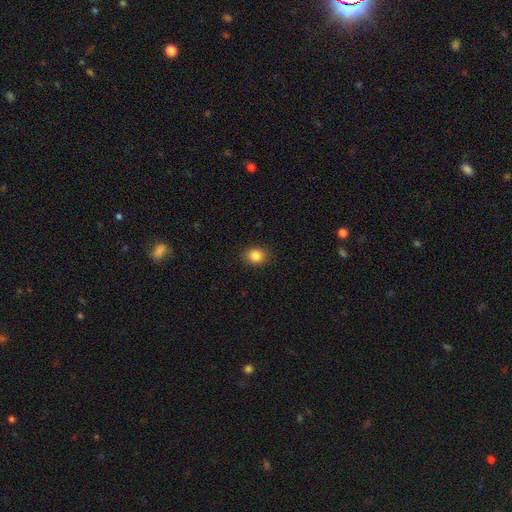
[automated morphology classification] A smooth galaxy with no disk features (85%) that is round (61%).

Vote fractions:
- Smooth or featured? smooth: 85% / star or artifact: 10% / featured or disk: 5%
- How rounded? round: 61% / in between: 38% / cigar-shaped: 1%
- Merging? none: 88% / minor disturbance: 9% / major disturbance: 2% / merger: 1%